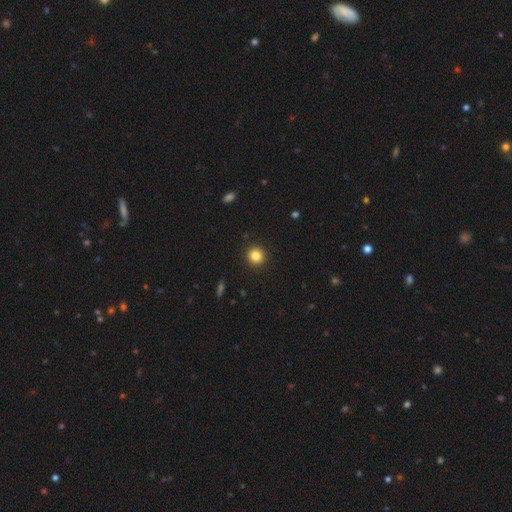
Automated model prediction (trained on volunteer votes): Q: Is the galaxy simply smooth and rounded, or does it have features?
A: smooth — 84%.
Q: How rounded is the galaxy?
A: round — 93%.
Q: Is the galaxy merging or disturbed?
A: none — 92%.